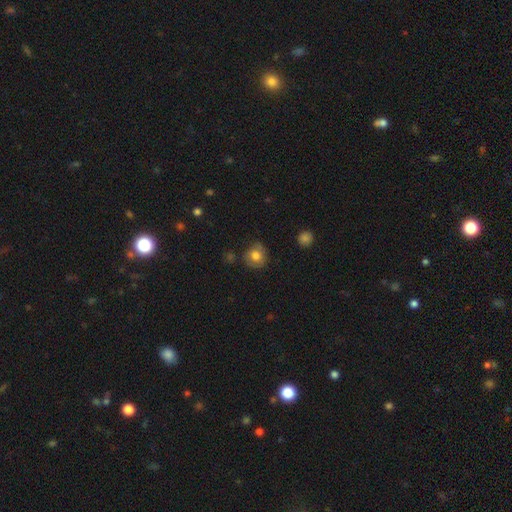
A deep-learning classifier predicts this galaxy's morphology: A smooth galaxy with no disk features (77%) that is round (83%). Merging: none (74%).